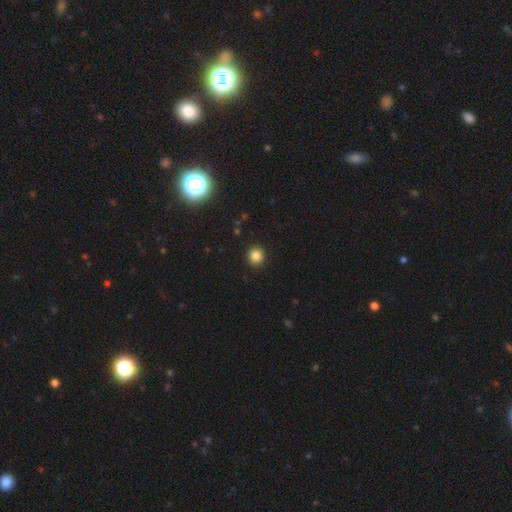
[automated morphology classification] Smooth or featured: smooth — 84% (star or artifact — 11%)
How rounded: round — 90% (in between — 9%)
Merging: none — 92% (minor disturbance — 5%)